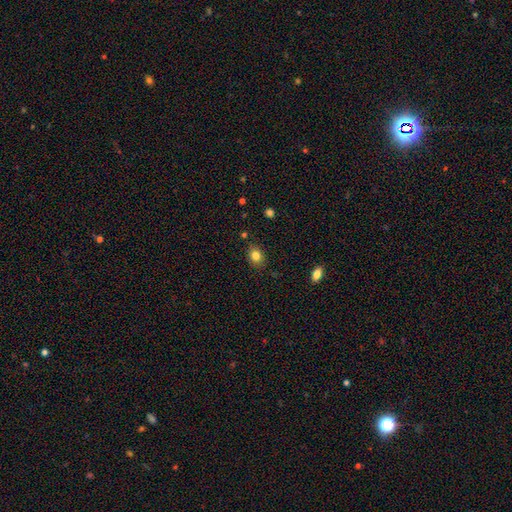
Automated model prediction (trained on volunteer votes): Smooth or featured?
  - smooth: 82% *
  - star or artifact: 11%
  - featured or disk: 7%
How rounded?
  - in between: 55% *
  - round: 43%
  - cigar-shaped: 1%
Merging?
  - none: 83% *
  - minor disturbance: 13%
  - major disturbance: 3%
  - merger: 2%